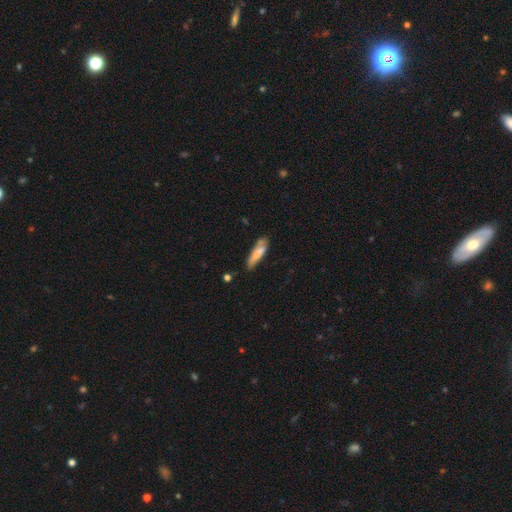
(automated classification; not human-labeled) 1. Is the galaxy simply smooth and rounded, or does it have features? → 71% smooth, 22% featured or disk, 7% star or artifact.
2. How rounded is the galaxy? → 75% cigar-shaped, 23% in between, 1% round.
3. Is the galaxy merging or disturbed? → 62% none, 26% minor disturbance, 6% major disturbance, 5% merger.